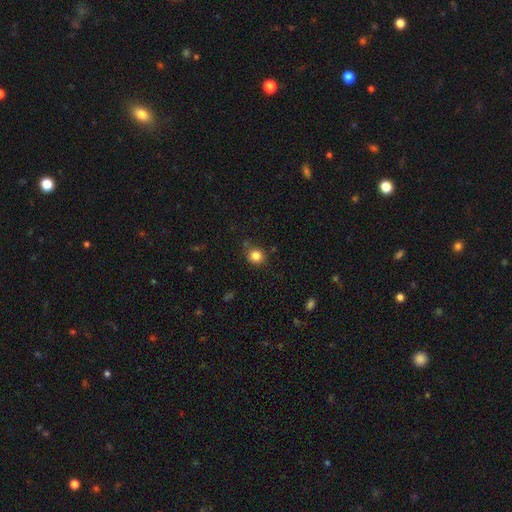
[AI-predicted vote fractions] A smooth galaxy with no disk features (83%) that is round (84%). Merging: none (82%).